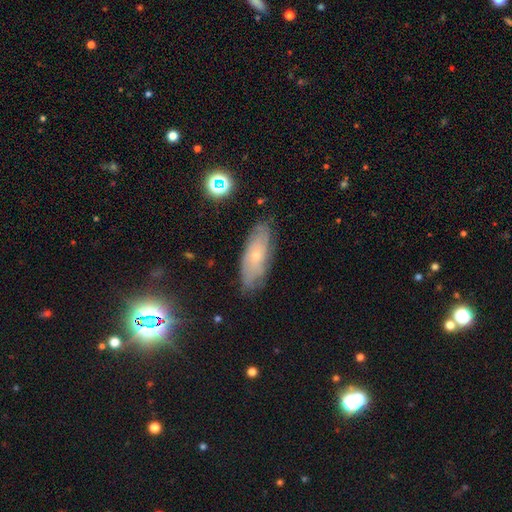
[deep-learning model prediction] The model was most divided on "smooth or featured": featured or disk: 50%, smooth: 39%, star or artifact: 11%. More confident: edge-on disk — no (80%); merging — none (78%).